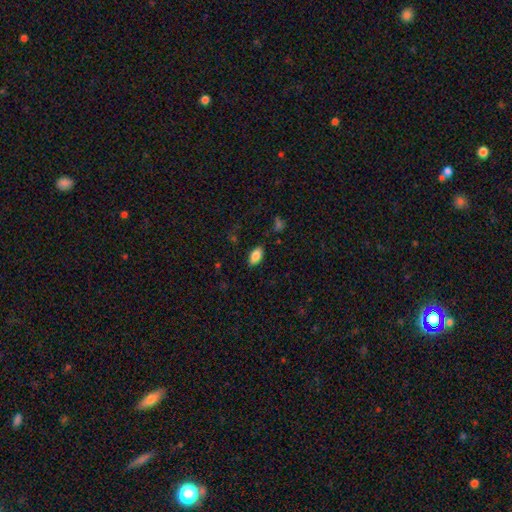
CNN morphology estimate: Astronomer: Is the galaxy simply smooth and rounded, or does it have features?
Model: smooth — 85%.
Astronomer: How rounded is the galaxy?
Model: in between — 93%.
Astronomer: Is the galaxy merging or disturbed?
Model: none — 84%.